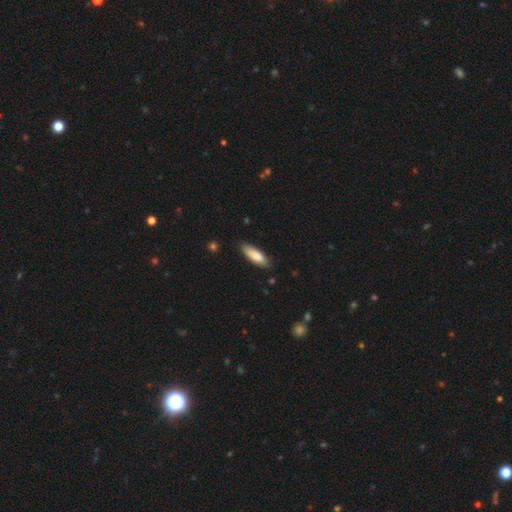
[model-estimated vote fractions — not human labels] Smooth or featured? Predicted: smooth (p=0.82). How rounded? Predicted: in between (p=0.53). Merging? Predicted: none (p=0.83).